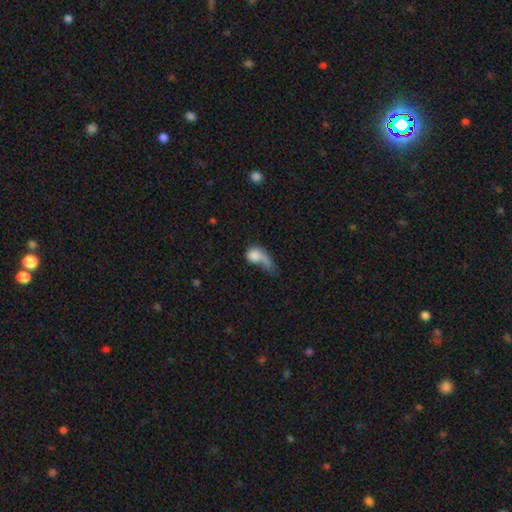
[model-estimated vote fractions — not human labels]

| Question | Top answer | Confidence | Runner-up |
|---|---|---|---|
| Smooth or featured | smooth | 68% | featured or disk (23%) |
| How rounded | in between | 63% | round (31%) |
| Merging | major disturbance | 51% | none (17%) |